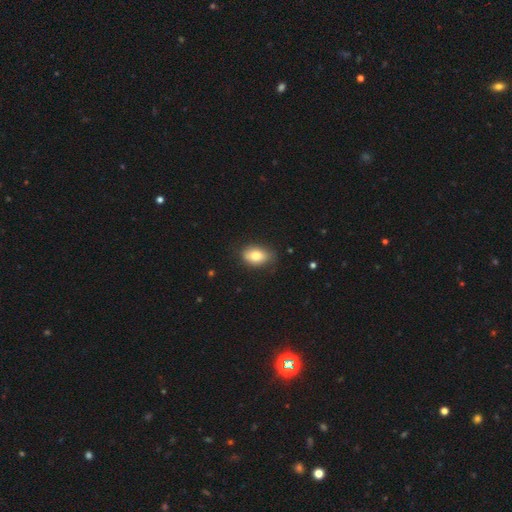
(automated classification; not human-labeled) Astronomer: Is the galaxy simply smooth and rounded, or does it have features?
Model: smooth — 79%.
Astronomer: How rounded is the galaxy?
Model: in between — 85%.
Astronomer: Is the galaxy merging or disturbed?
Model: none — 74%.